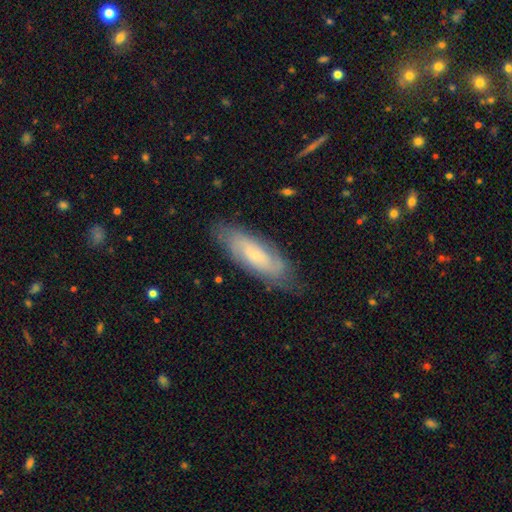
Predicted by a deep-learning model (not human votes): A featured or disk galaxy (47%).

Vote fractions:
- Smooth or featured? featured or disk: 47% / smooth: 46% / star or artifact: 7%
- Merging? none: 75% / minor disturbance: 17% / major disturbance: 6% / merger: 2%